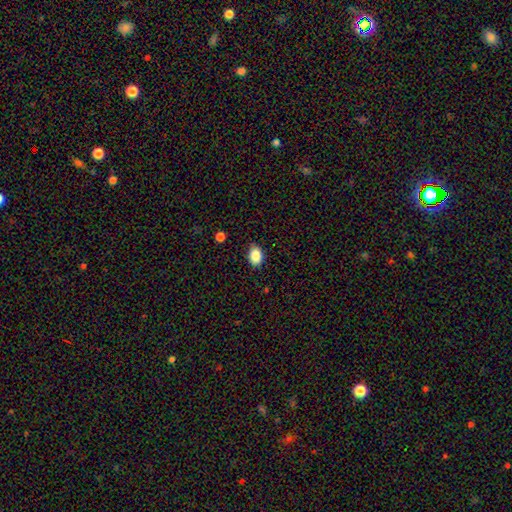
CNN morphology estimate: smooth_or_featured: smooth (p=0.87) [alt: star or artifact p=0.09]
how_rounded: in between (p=0.74) [alt: round p=0.25]
merging: none (p=0.80) [alt: minor disturbance p=0.16]